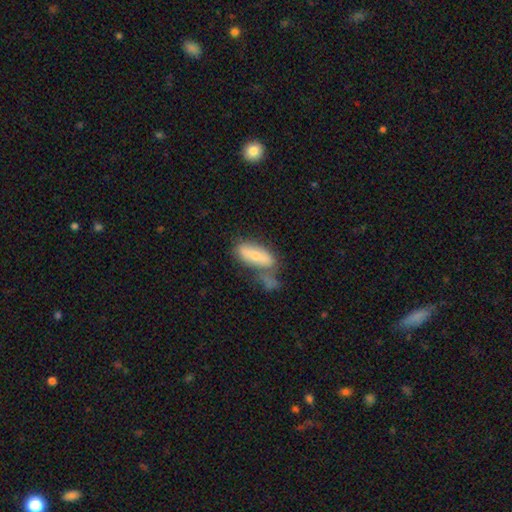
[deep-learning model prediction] smooth_or_featured: smooth (p=0.62) [alt: featured or disk p=0.31]
how_rounded: in between (p=0.75) [alt: cigar-shaped p=0.22]
merging: none (p=0.40) [alt: merger p=0.27]